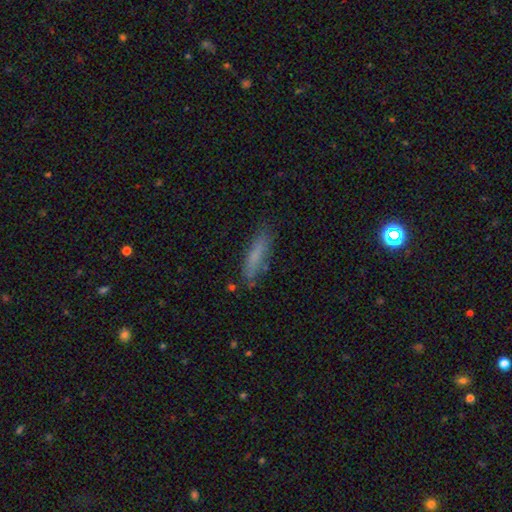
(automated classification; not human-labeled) A smooth galaxy with no disk features (72%) that is cigar-shaped (78%).

Vote fractions:
- Smooth or featured? smooth: 72% / featured or disk: 20% / star or artifact: 8%
- How rounded? cigar-shaped: 78% / in between: 20% / round: 2%
- Merging? none: 74% / minor disturbance: 18% / major disturbance: 5% / merger: 3%